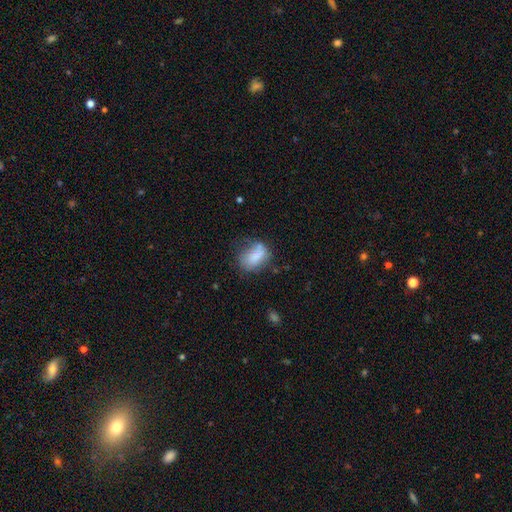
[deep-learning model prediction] Smooth or featured? smooth (75%)
How rounded? in between (81%)
Merging? none (44%)